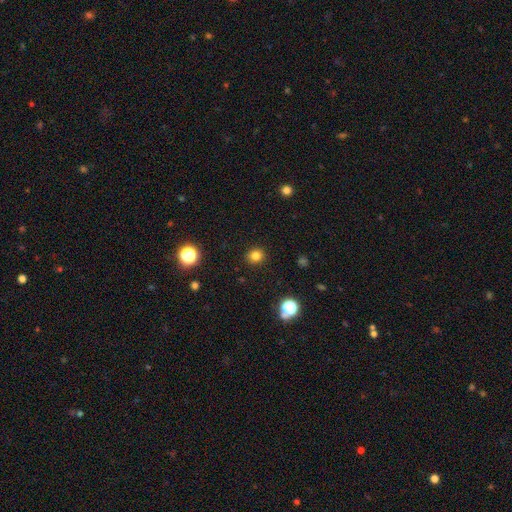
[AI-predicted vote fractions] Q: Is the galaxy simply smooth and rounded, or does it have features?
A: smooth — 80%.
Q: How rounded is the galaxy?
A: round — 84%.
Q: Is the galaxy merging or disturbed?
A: none — 91%.